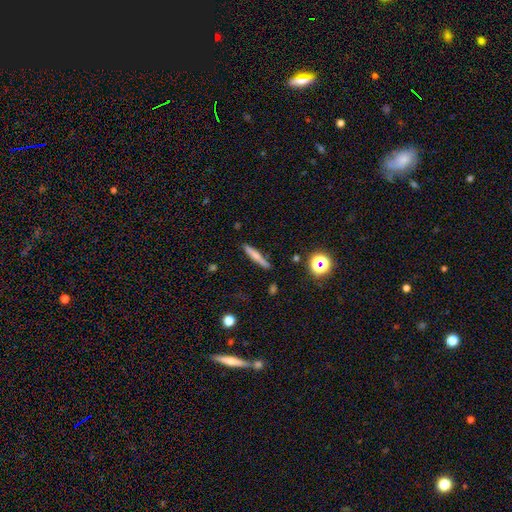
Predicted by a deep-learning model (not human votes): smooth-or-featured: smooth: 59% | featured or disk: 32% | star or artifact: 9%
  how-rounded: cigar-shaped: 92% | in between: 6% | round: 2%
  merging: none: 86% | minor disturbance: 9% | major disturbance: 2% | merger: 2%